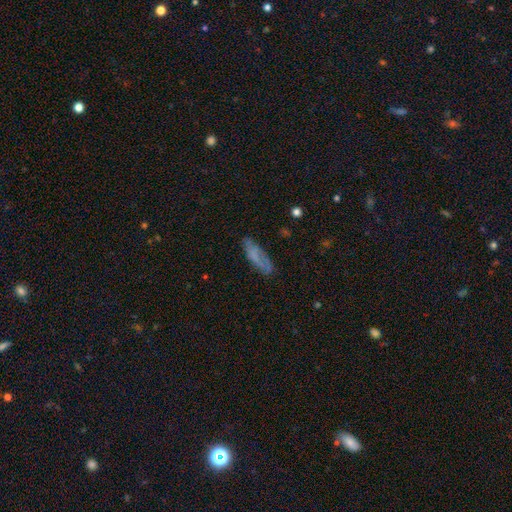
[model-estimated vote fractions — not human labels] Smooth or featured?
  - smooth: 57% *
  - featured or disk: 32%
  - star or artifact: 10%
How rounded?
  - cigar-shaped: 49% * (tied)
  - in between: 49% * (tied)
  - round: 2%
Merging?
  - none: 67% *
  - minor disturbance: 22%
  - major disturbance: 9%
  - merger: 2%